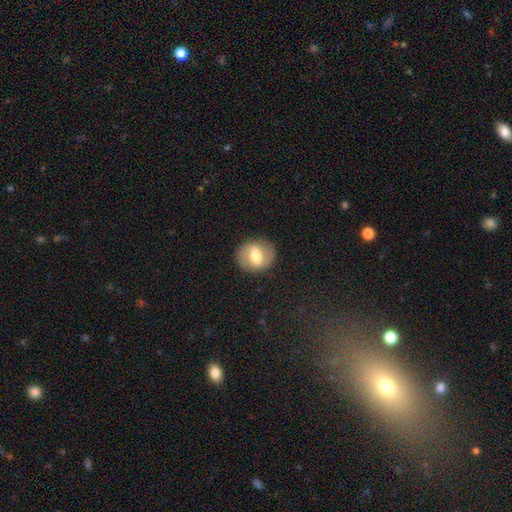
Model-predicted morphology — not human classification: smooth_or_featured: featured or disk (p=0.51) [alt: smooth p=0.42]
disk_edge_on: no (p=0.93) [alt: yes p=0.07]
merging: none (p=0.86) [alt: minor disturbance p=0.09]